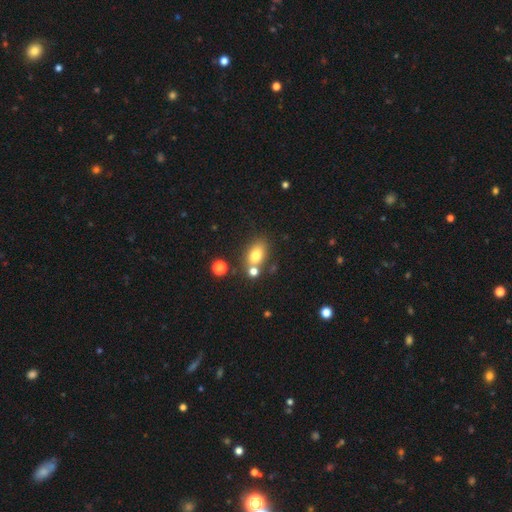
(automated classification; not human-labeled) smooth 77%, featured or disk 12%, star or artifact 11%. Down the decision tree: how rounded — in between (77%); merging — none (62%).